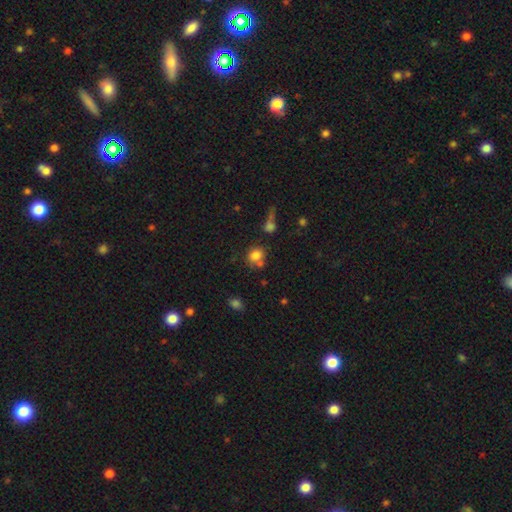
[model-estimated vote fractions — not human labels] The model was most divided on "how rounded": round: 62%, in between: 37%, cigar-shaped: 1%. More confident: smooth or featured — smooth (80%); merging — none (57%).